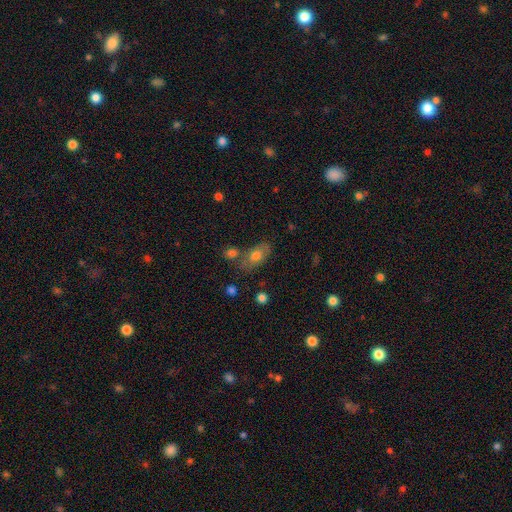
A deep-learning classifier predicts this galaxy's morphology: The model was most divided on "merging": none: 63%, minor disturbance: 17%, merger: 15%, major disturbance: 5%. More confident: how rounded — in between (84%); smooth or featured — smooth (69%).